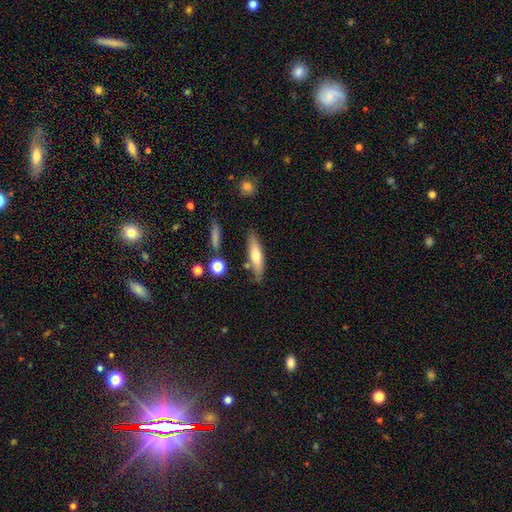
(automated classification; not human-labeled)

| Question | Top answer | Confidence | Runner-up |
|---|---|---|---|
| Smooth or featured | smooth | 62% | featured or disk (31%) |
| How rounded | cigar-shaped | 69% | in between (29%) |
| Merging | none | 76% | minor disturbance (15%) |